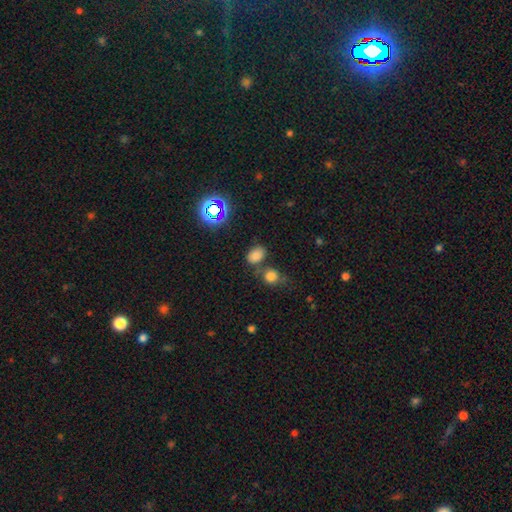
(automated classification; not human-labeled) A smooth galaxy with no disk features (75%) that is in between round and cigar-shaped (78%). Merging: none (63%).